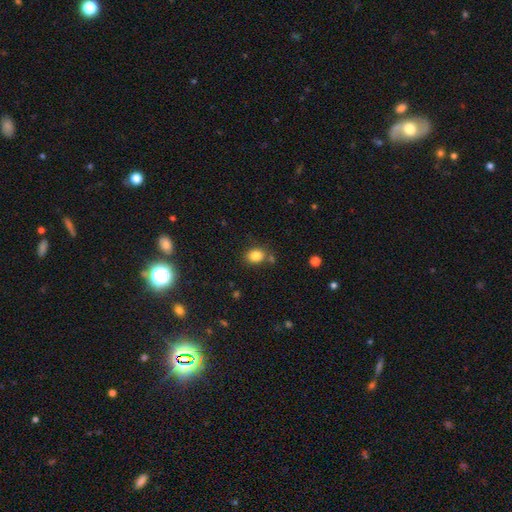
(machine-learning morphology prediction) type=smooth (84%); roundness=in between (53%); merging=none (74%).